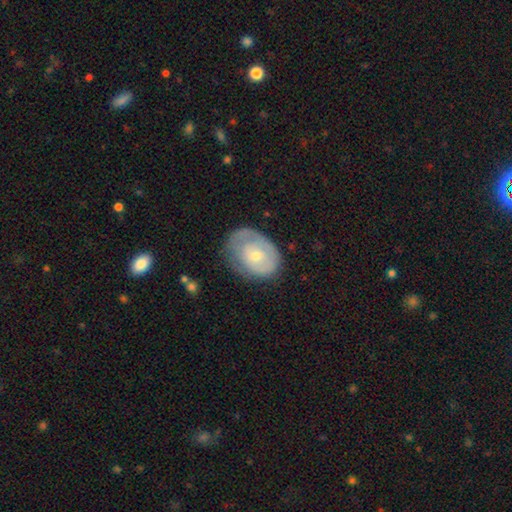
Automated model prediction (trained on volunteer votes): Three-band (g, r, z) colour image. It shows a featured or disk galaxy (52%). Merging: none (57%).